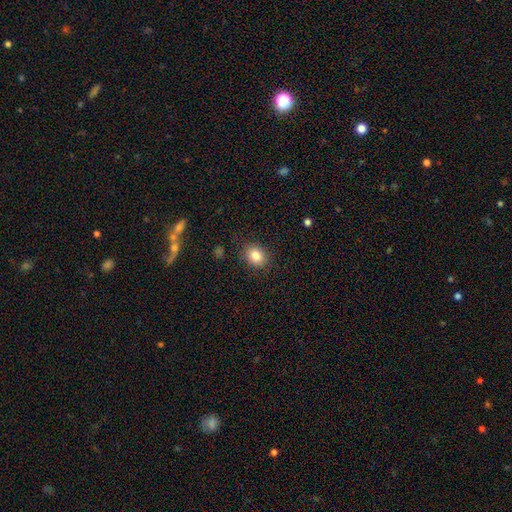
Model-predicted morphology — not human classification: This appears to be a smooth galaxy with no disk features (83%) that is round (53%). Merging: none (86%).